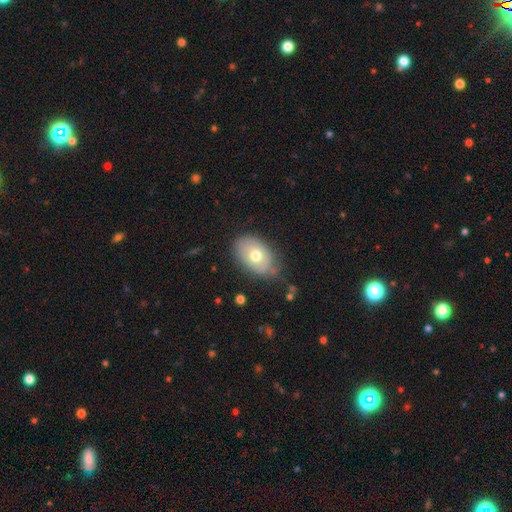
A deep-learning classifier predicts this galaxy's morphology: A smooth galaxy with no disk features (65%) that is in between round and cigar-shaped (85%). Merging: none (69%).